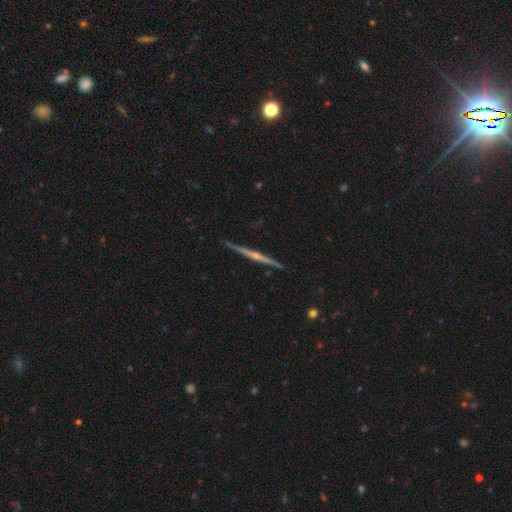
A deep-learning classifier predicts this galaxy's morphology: featured or disk 73%, smooth 17%, star or artifact 10%. Down the decision tree: edge-on disk — yes (96%); edge-on bulge — rounded (68%); merging — none (88%).